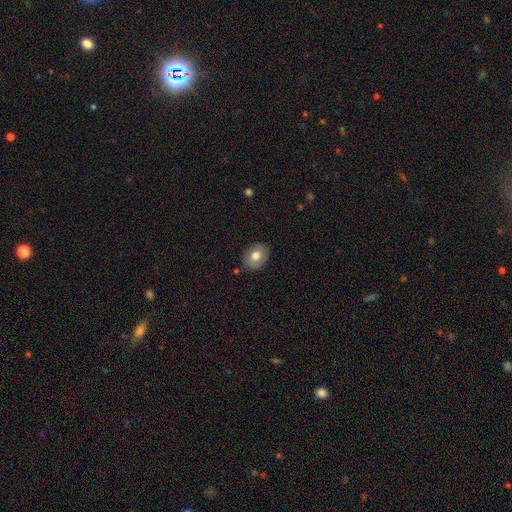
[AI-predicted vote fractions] Smooth or featured?
  - smooth: 73% *
  - featured or disk: 19%
  - star or artifact: 8%
How rounded?
  - in between: 56% *
  - round: 43%
  - cigar-shaped: 1%
Merging?
  - none: 87% *
  - minor disturbance: 10%
  - major disturbance: 2%
  - merger: 1%